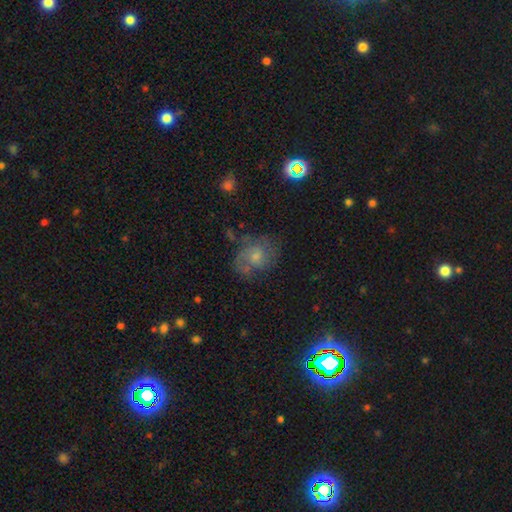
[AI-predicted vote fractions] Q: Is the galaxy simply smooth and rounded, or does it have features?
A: featured or disk — 47%.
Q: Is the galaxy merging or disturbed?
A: none — 61%.